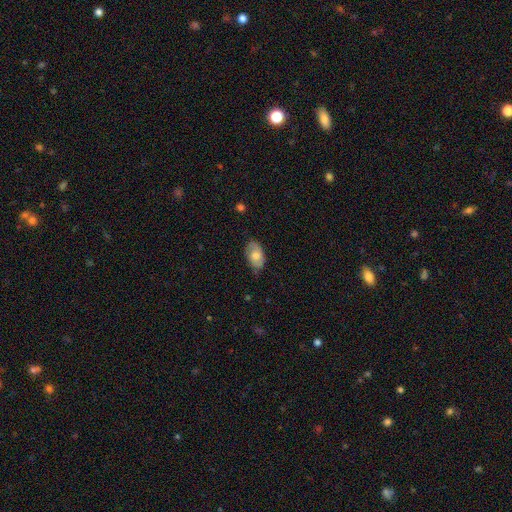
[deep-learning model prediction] This is likely a smooth galaxy (63%). How rounded: clearly in between (92%). Merging: likely none (75%).